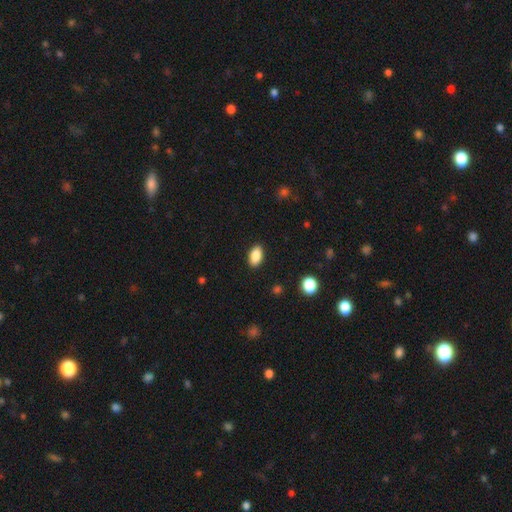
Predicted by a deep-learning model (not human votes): A smooth galaxy with no disk features (87%) that is in between round and cigar-shaped (92%). Merging: none (89%).